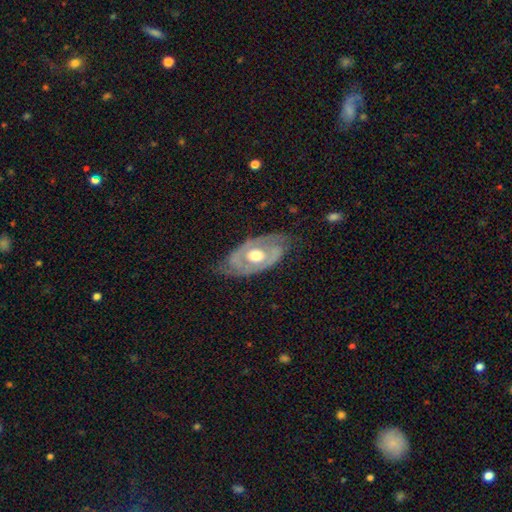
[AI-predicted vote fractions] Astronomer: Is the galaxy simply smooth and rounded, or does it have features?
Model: featured or disk — 74%.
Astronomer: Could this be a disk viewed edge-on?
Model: no — 90%.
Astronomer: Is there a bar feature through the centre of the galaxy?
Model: no — 83%.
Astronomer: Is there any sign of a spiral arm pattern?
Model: yes — 52% (runner-up: no, 48%).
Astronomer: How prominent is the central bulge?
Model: moderate — 68%.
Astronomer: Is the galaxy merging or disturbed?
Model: none — 68%.